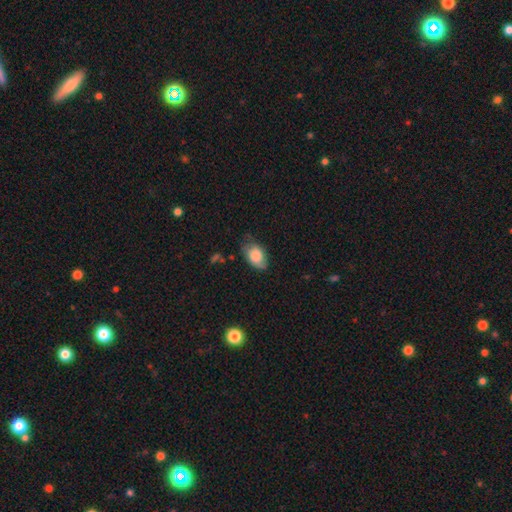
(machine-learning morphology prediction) type=smooth (76%); roundness=in between (89%); merging=none (58%).